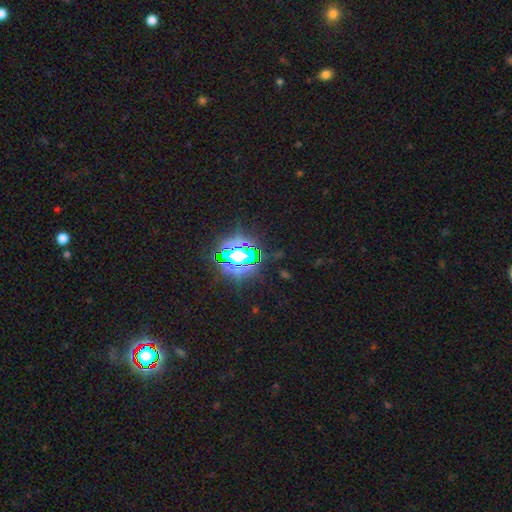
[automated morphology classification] This appears to be a star or artifact, not a galaxy (80%).